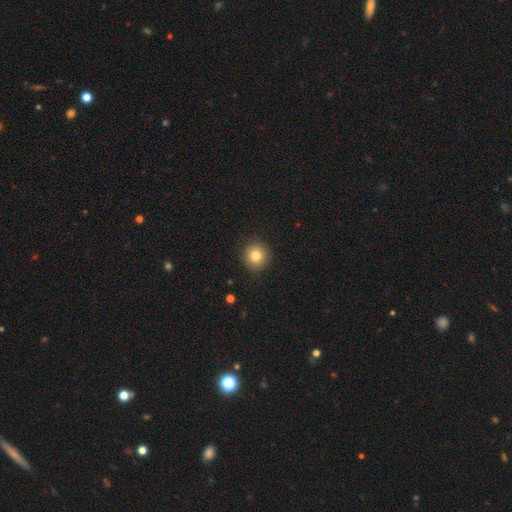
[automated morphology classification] Q: Smooth or featured?
A: smooth (81%); runner-up: star or artifact (11%)
Q: How rounded?
A: round (92%); runner-up: in between (7%)
Q: Merging?
A: none (91%); runner-up: minor disturbance (6%)